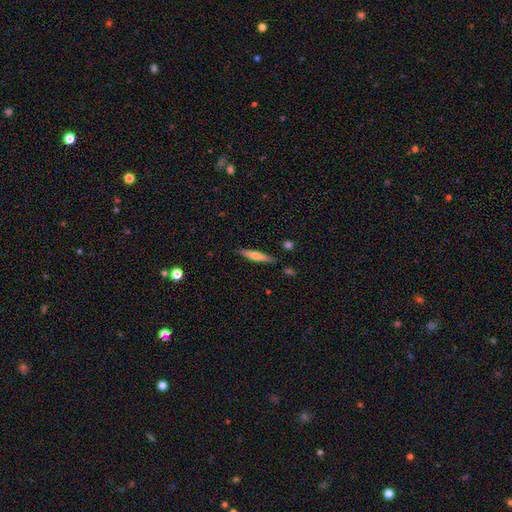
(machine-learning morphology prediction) Smooth or featured: smooth — 55% (featured or disk — 39%)
How rounded: cigar-shaped — 90% (in between — 9%)
Merging: none — 87% (minor disturbance — 9%)